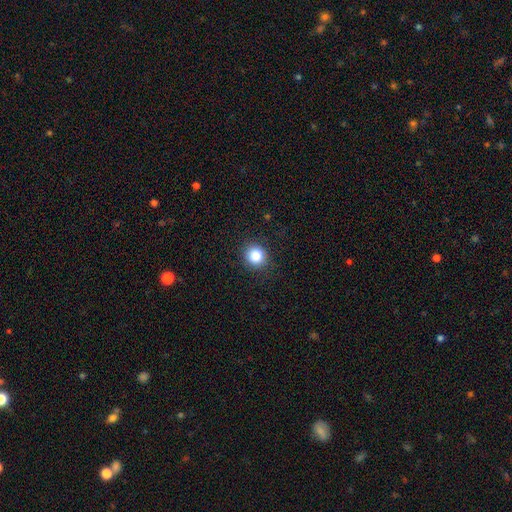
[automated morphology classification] Overall: smooth (86%). How rounded: round (90%). Merging: none (89%).